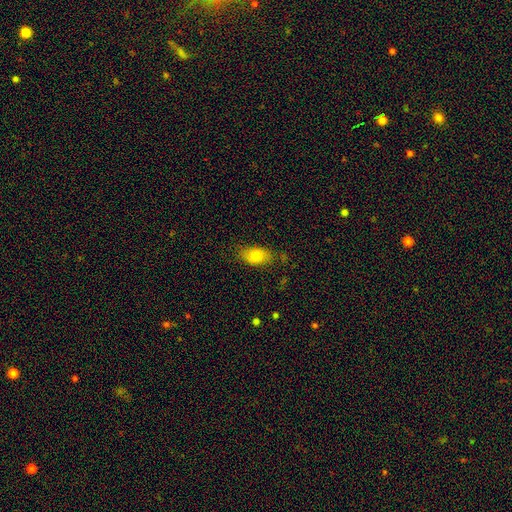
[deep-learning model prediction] Smooth or featured?
  - smooth: 82% *
  - featured or disk: 10%
  - star or artifact: 8%
How rounded?
  - in between: 90% *
  - round: 7%
  - cigar-shaped: 2%
Merging?
  - none: 73% *
  - minor disturbance: 20%
  - major disturbance: 5%
  - merger: 2%